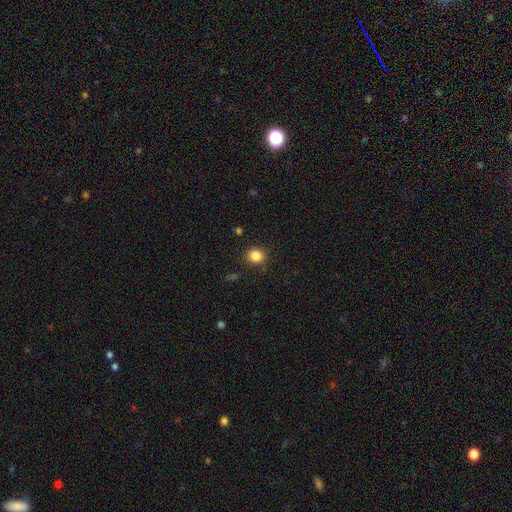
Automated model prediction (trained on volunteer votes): smooth_or_featured: smooth (p=0.85) [alt: star or artifact p=0.11]
how_rounded: round (p=0.85) [alt: in between p=0.14]
merging: none (p=0.89) [alt: minor disturbance p=0.07]